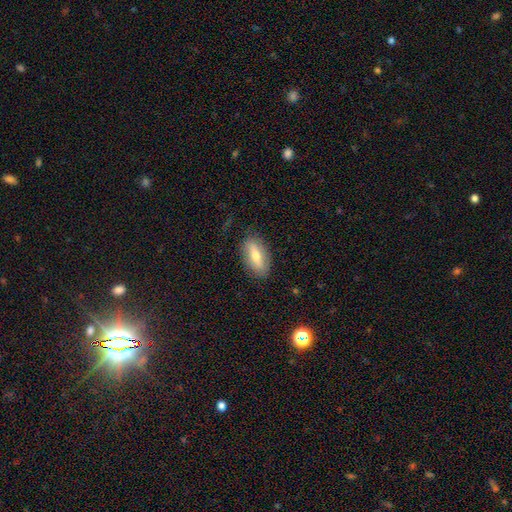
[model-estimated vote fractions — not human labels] Smooth or featured?
  - smooth: 58% *
  - featured or disk: 34%
  - star or artifact: 8%
How rounded?
  - in between: 83% *
  - cigar-shaped: 13%
  - round: 4%
Merging?
  - none: 83% *
  - minor disturbance: 13%
  - major disturbance: 3%
  - merger: 1%